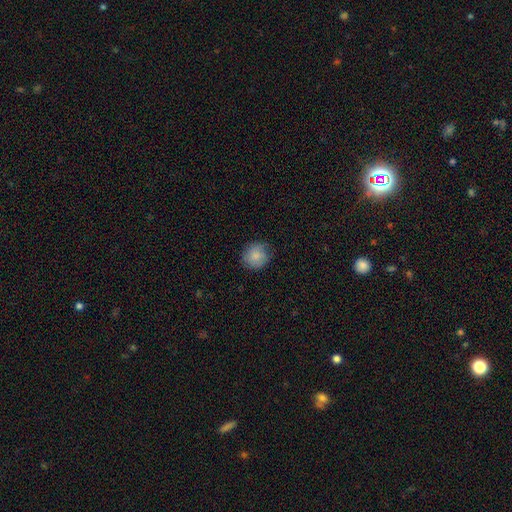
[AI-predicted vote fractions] Smooth or featured? Predicted: smooth (p=0.85). How rounded? Predicted: round (p=0.85). Merging? Predicted: none (p=0.80).